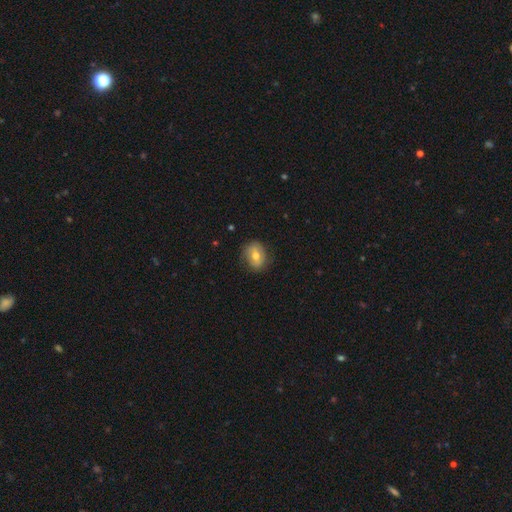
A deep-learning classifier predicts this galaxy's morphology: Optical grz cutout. It shows a smooth galaxy with no disk features (61%) that is round (50%). Merging: none (79%).